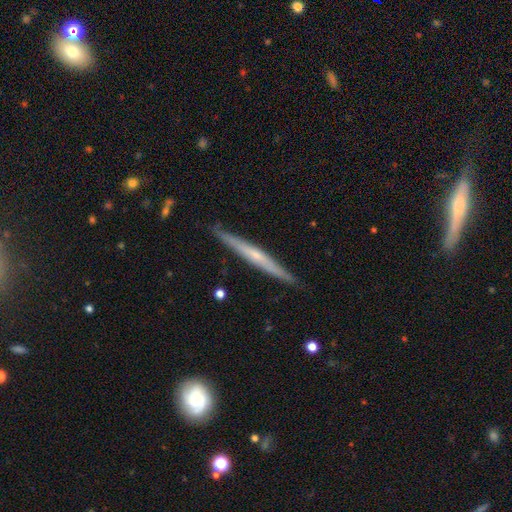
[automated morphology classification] Smooth or featured? Predicted: featured or disk (p=0.64). Edge-on disk? Predicted: yes (p=0.97). Edge-on bulge? Predicted: none (p=0.51). Merging? Predicted: none (p=0.89).